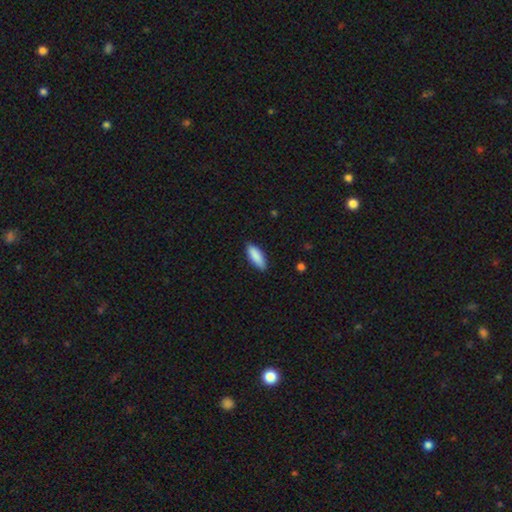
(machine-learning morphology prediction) This appears to be a smooth galaxy with no disk features (88%) that is in between round and cigar-shaped (62%). Merging: none (85%).